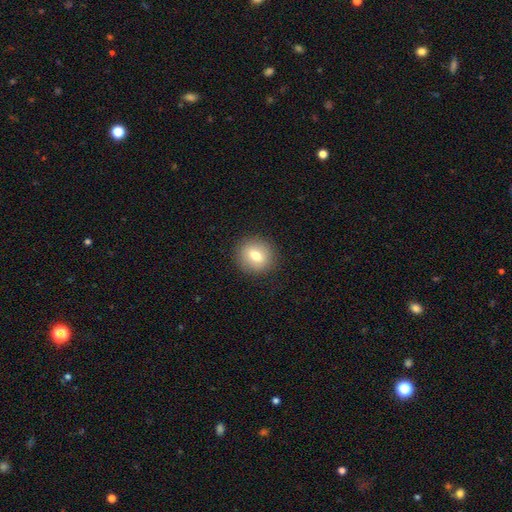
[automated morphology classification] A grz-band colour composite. It shows a smooth galaxy with no disk features (74%) that is round (86%). Merging: none (90%).